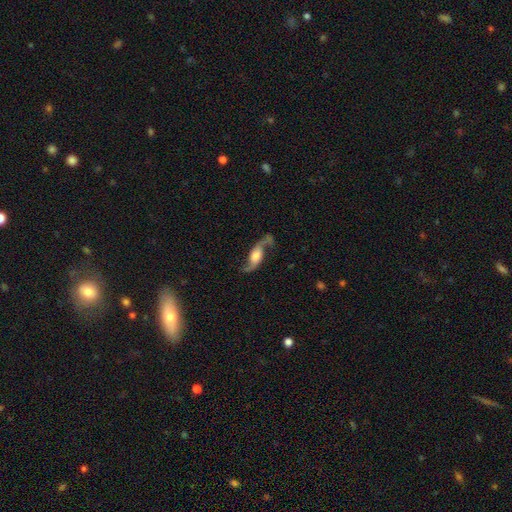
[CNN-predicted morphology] featured or disk 83%, smooth 11%, star or artifact 6%. Down the decision tree: edge-on disk — no (90%); bar — no (56%); spiral arms — yes (95%); spiral arm count — 2 (93%); spiral winding — loose (83%); bulge size — moderate (39%); merging — none (70%).